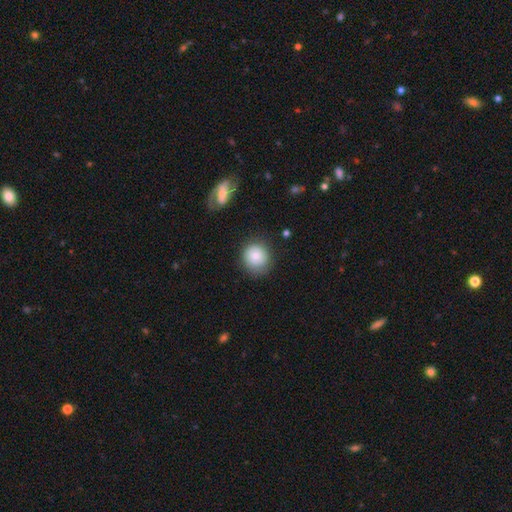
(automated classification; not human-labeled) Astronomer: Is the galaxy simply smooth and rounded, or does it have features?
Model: smooth — 78%.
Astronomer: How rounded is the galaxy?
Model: round — 89%.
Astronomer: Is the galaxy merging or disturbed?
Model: none — 80%.